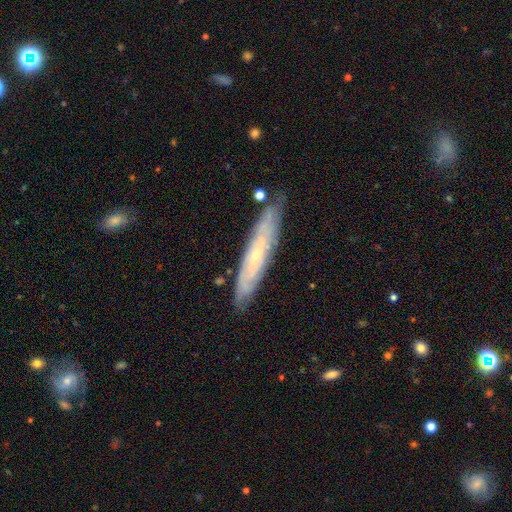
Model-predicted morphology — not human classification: Overall: featured or disk (69%). Edge-on disk: no (53%; yes 47%). Merging: none (79%).